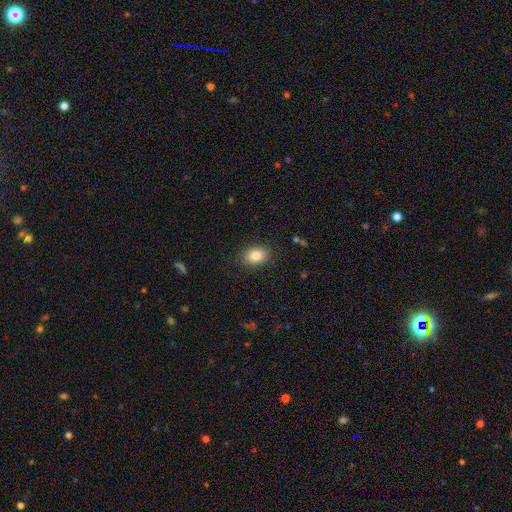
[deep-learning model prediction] The model was most divided on "how rounded": in between: 80%, round: 19%, cigar-shaped: 1%. More confident: merging — none (87%); smooth or featured — smooth (85%).